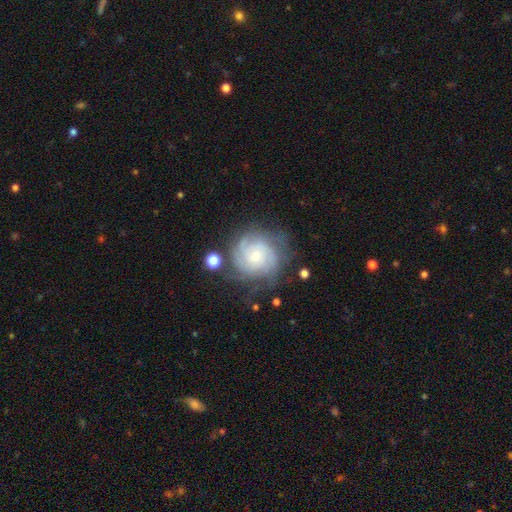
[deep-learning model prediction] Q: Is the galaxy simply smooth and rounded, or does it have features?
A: featured or disk — 82%.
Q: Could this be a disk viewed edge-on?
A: no — 98%.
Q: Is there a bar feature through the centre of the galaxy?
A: no — 71%.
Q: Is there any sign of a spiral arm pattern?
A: yes — 96%.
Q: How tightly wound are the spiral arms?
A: tight — 68%.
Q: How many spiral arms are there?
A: can't tell — 28%.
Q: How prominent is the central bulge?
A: small — 66%.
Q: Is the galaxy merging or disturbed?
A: none — 69%.